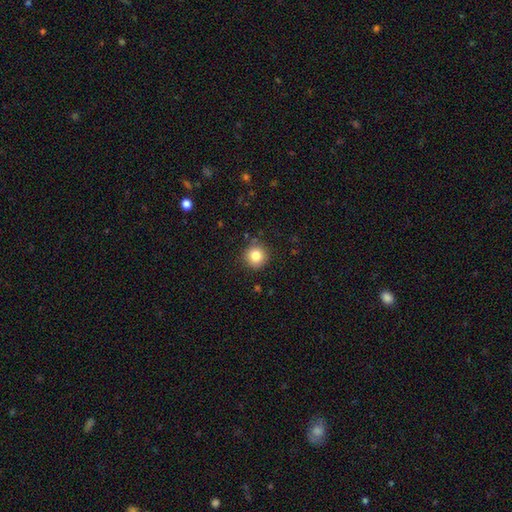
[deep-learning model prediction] This is clearly a smooth galaxy (83%). How rounded: clearly round (94%). Merging: clearly none (89%).